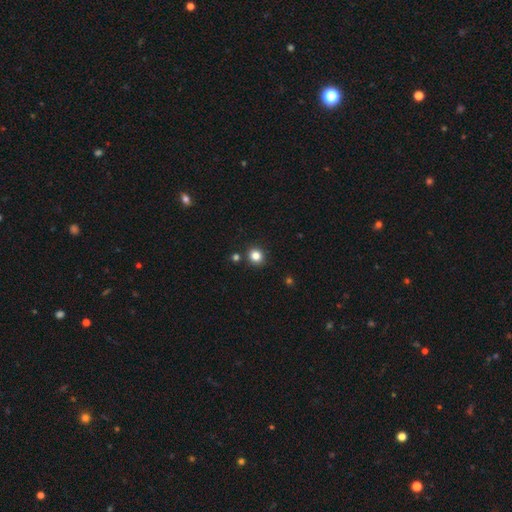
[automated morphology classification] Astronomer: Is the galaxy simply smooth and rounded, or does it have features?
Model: smooth — 82%.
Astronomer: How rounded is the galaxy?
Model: round — 84%.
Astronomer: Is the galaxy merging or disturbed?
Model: none — 86%.